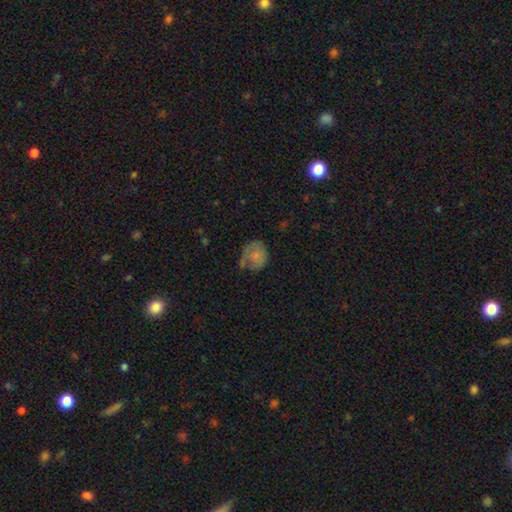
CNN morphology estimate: This appears to be a smooth galaxy with no disk features (67%) that is round (67%). Merging: none (40%).